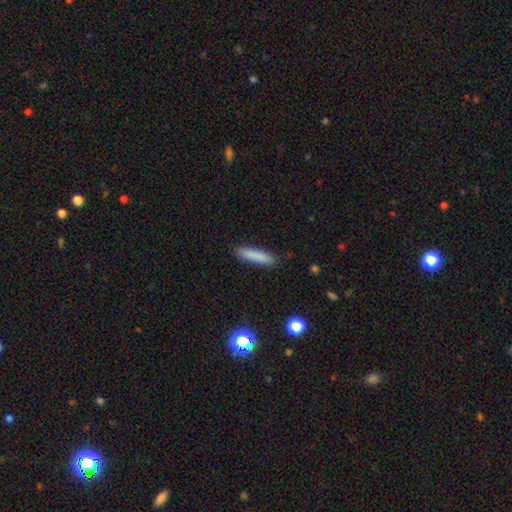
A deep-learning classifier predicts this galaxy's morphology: type=smooth (84%); roundness=cigar-shaped (84%); merging=none (88%).